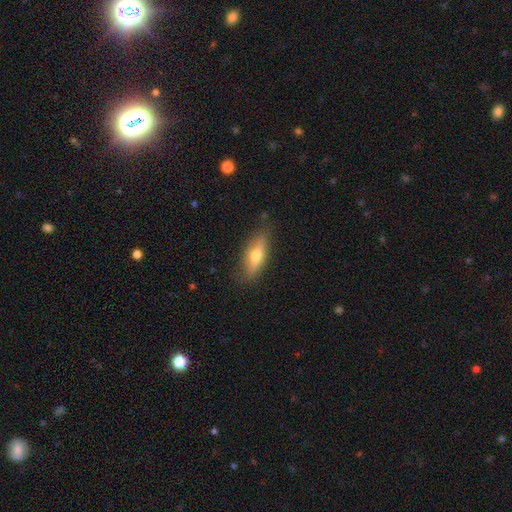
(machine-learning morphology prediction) smooth 49%, featured or disk 44%, star or artifact 7%. Down the decision tree: merging — none (83%).